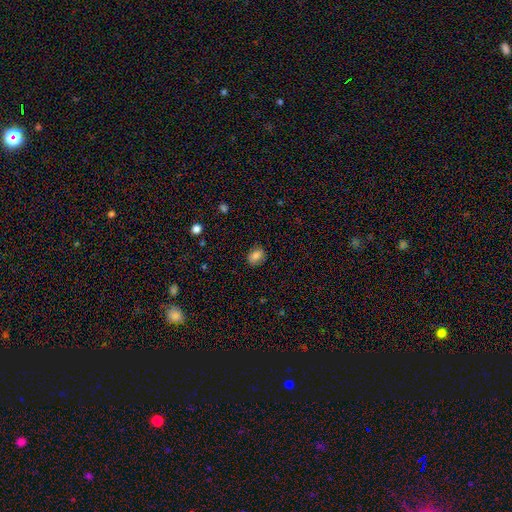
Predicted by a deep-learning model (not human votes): smooth-or-featured: smooth: 85% | star or artifact: 9% | featured or disk: 6%
  how-rounded: in between: 66% | round: 33% | cigar-shaped: 1%
  merging: none: 84% | minor disturbance: 12% | major disturbance: 3% | merger: 1%